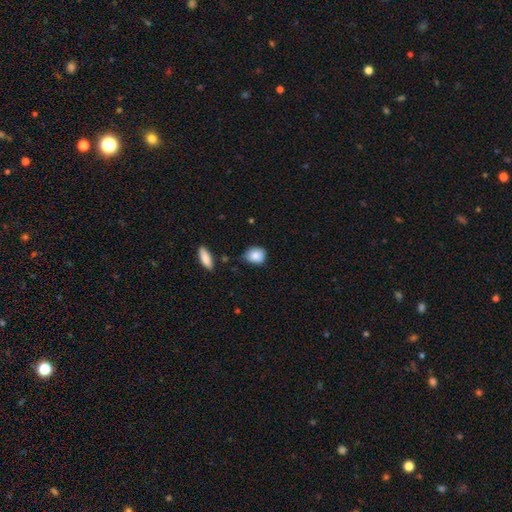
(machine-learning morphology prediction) Overall: smooth (85%). How rounded: round (52%; in between 46%). Merging: none (64%; minor disturbance 28%).